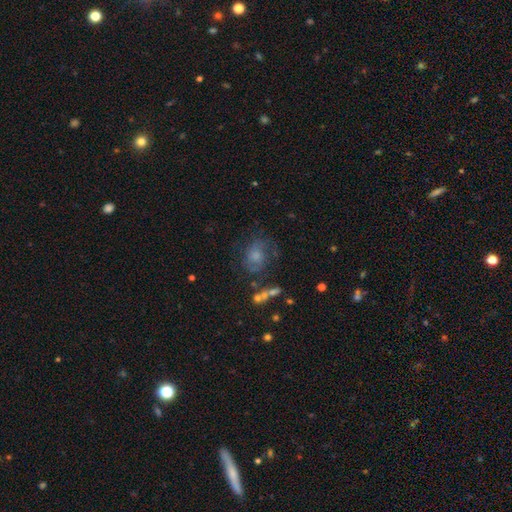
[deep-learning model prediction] Overall: featured or disk (48%; smooth 37%). Merging: none (55%; minor disturbance 23%).